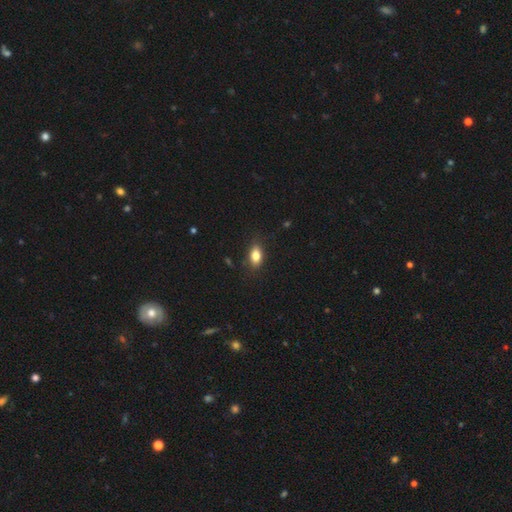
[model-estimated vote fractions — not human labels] smooth 82%, featured or disk 10%, star or artifact 9%. Down the decision tree: how rounded — in between (85%); merging — none (83%).